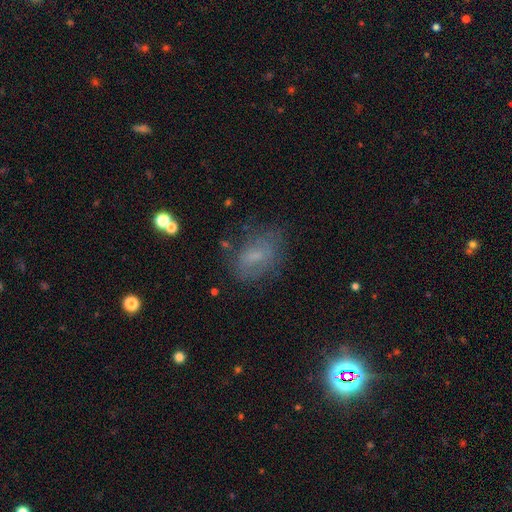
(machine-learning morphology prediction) A smooth galaxy with no disk features (53%) that is in between round and cigar-shaped (82%). Merging: none (63%).